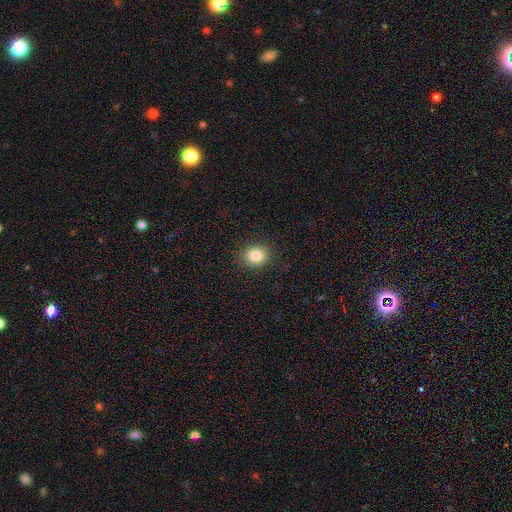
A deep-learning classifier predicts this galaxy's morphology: A smooth galaxy with no disk features (83%) that is round (67%). Merging: none (88%).